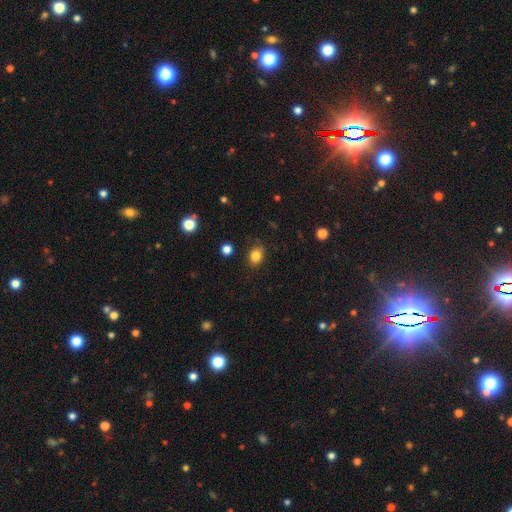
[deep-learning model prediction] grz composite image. It shows a smooth galaxy with no disk features (84%) that is in between round and cigar-shaped (54%). Merging: none (83%).